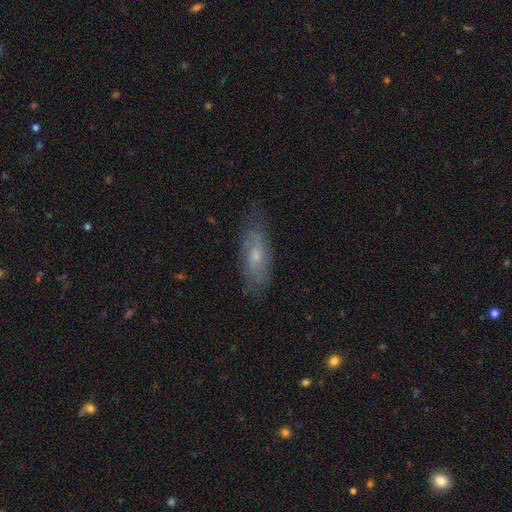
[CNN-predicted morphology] Smooth or featured? featured or disk (48%)
Merging? none (72%)